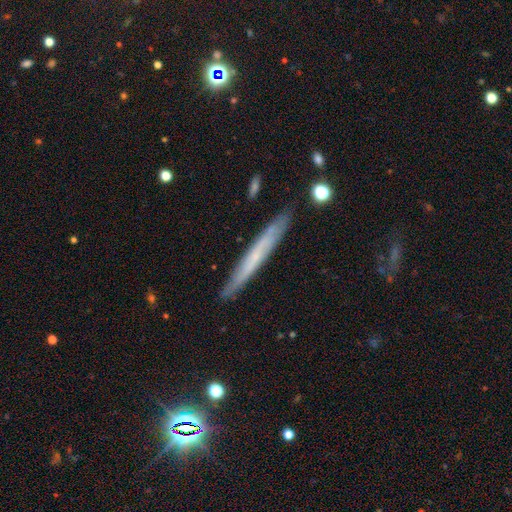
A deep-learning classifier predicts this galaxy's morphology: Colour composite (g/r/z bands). It shows a featured or disk galaxy (50%). Merging: none (87%).